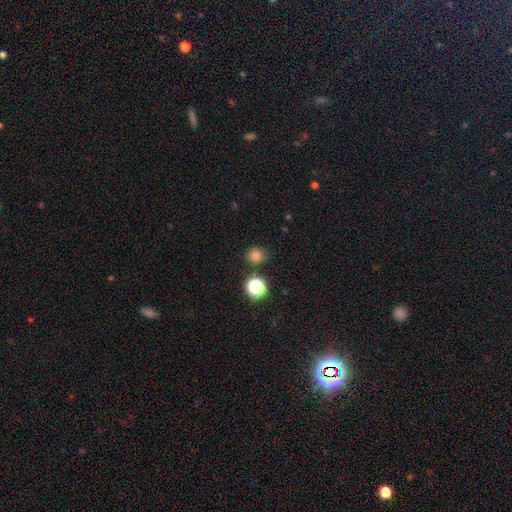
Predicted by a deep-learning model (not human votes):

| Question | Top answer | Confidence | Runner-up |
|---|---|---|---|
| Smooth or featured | smooth | 76% | star or artifact (19%) |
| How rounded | round | 84% | in between (15%) |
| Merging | none | 82% | minor disturbance (11%) |